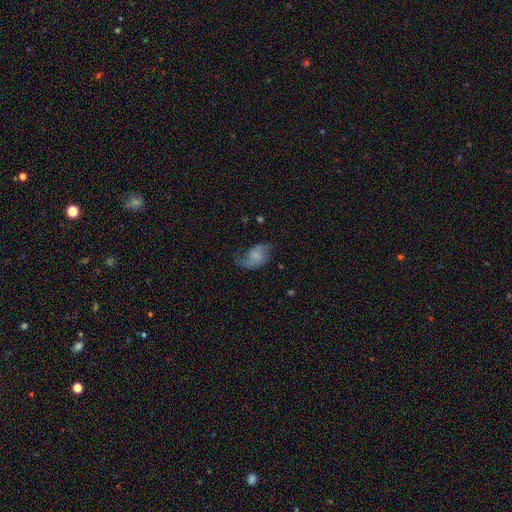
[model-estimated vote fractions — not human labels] A featured or disk galaxy (59%) with no bar (57%), 2 (74%) loose (56%) spiral arms (89%) and no central bulge (57%). Merging: none (49%).